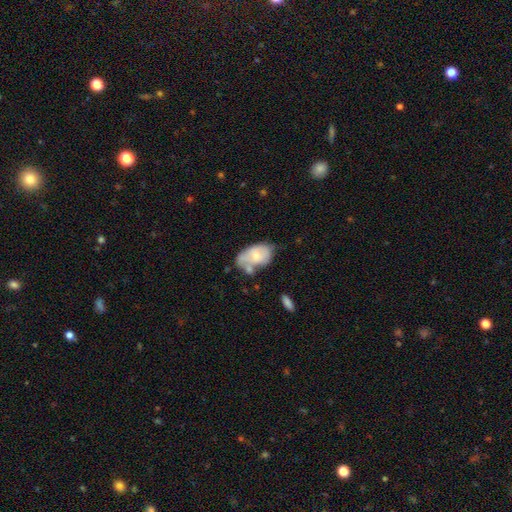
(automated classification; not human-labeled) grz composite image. It shows a smooth galaxy with no disk features (57%) that is in between round and cigar-shaped (89%). Merging: minor disturbance (30%, tied with none).